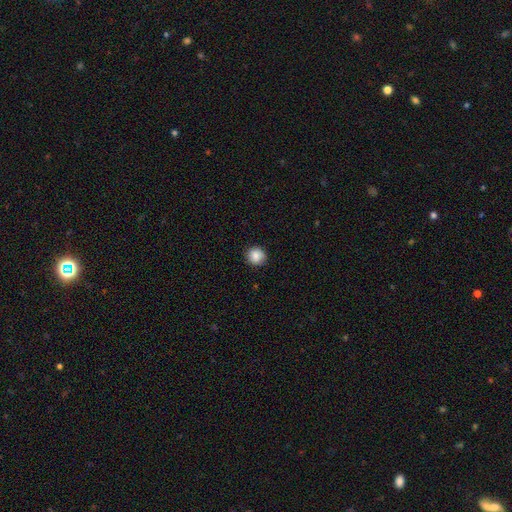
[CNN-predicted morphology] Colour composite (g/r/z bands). It shows a smooth galaxy with no disk features (85%) that is round (92%). Merging: none (89%).